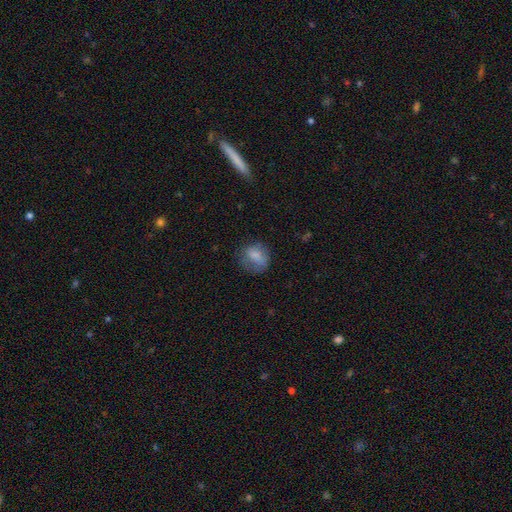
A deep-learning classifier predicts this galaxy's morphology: This appears to be a smooth galaxy with no disk features (76%) that is round (51%). Merging: none (61%).